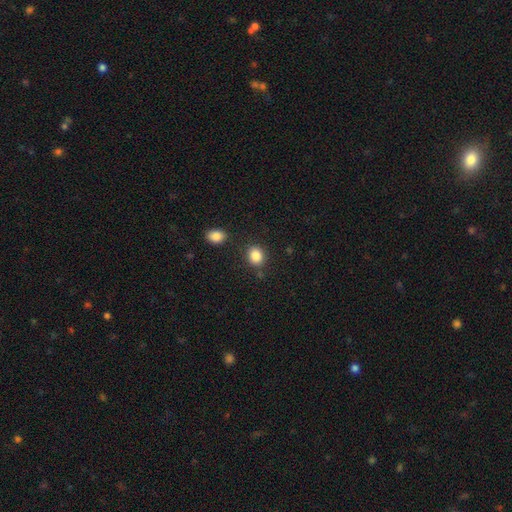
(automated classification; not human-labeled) This is clearly a smooth galaxy (86%). How rounded: possibly round (59%). Merging: clearly none (80%).